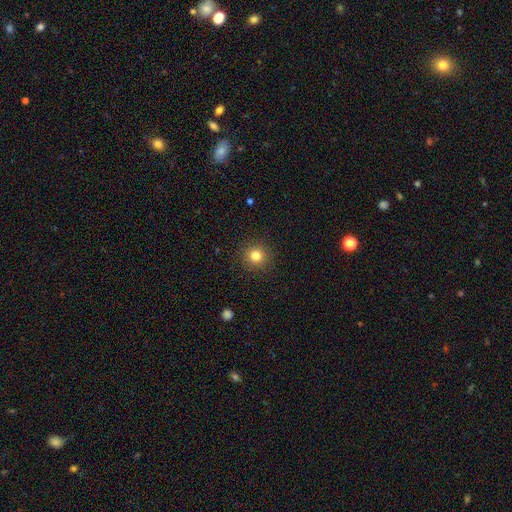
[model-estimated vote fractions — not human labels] Morphology: type=smooth (81%); roundness=round (93%); merging=none (91%).